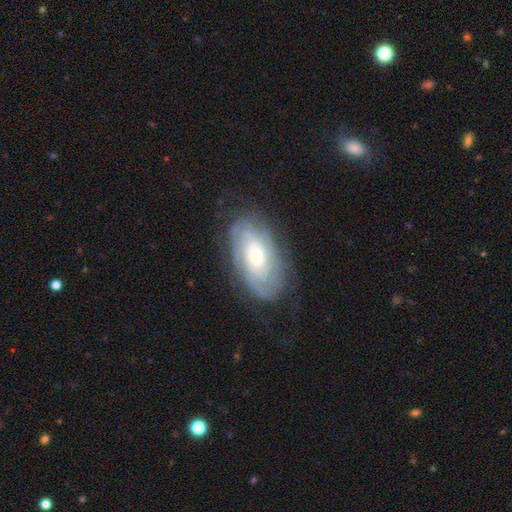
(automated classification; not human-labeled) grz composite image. It shows a featured or disk galaxy (76%) with no bar (76%), tight (75%) spiral arms (90%) and a small central bulge (49%). Merging: none (76%).